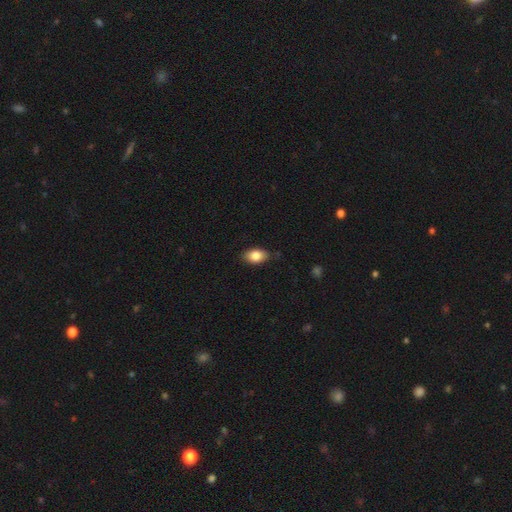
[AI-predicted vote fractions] This is clearly a smooth galaxy (84%). How rounded: clearly in between (89%). Merging: clearly none (83%).